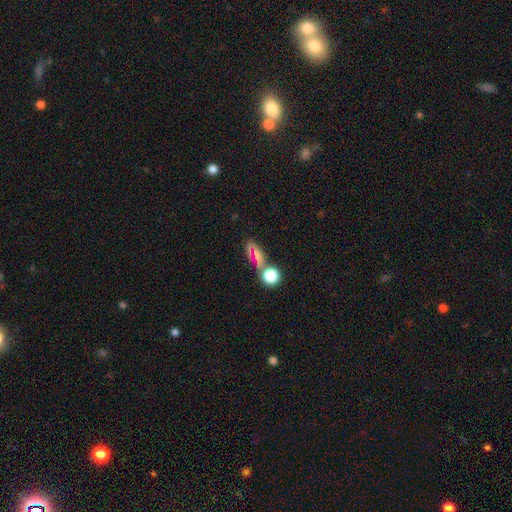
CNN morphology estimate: This is possibly a smooth galaxy (52%). How rounded: possibly in between (51%). Merging: possibly none (49%).